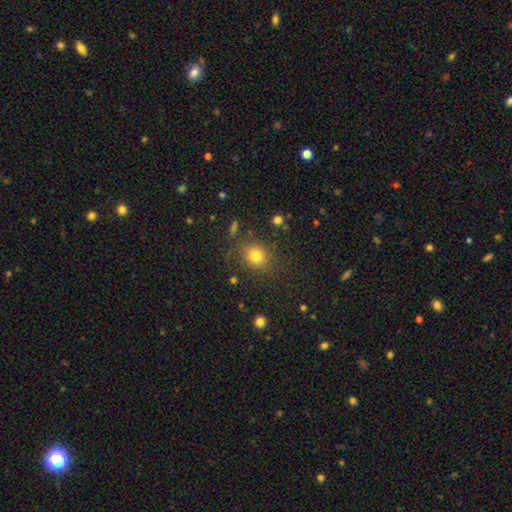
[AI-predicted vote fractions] Smooth or featured? smooth (80%)
How rounded? round (68%)
Merging? none (81%)